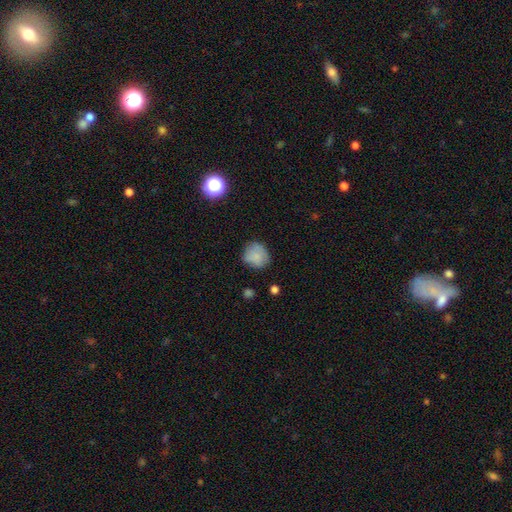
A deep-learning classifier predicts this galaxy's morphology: Smooth or featured?
  - smooth: 80% *
  - featured or disk: 11%
  - star or artifact: 9%
How rounded?
  - round: 82% *
  - in between: 17%
  - cigar-shaped: 1%
Merging?
  - none: 71% *
  - minor disturbance: 22%
  - major disturbance: 6%
  - merger: 2%